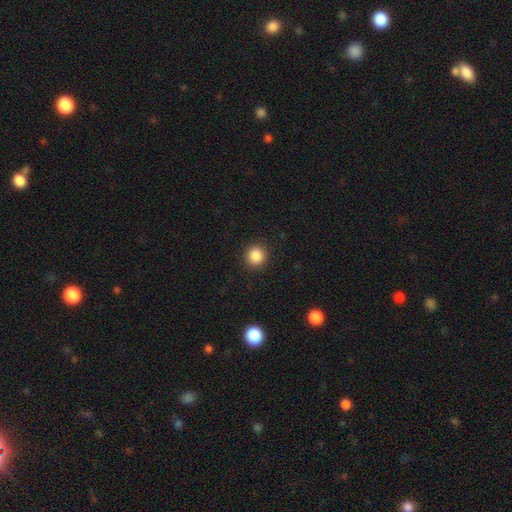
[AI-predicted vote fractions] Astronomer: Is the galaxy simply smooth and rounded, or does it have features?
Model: smooth — 86%.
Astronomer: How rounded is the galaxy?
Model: round — 93%.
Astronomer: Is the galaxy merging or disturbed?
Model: none — 92%.